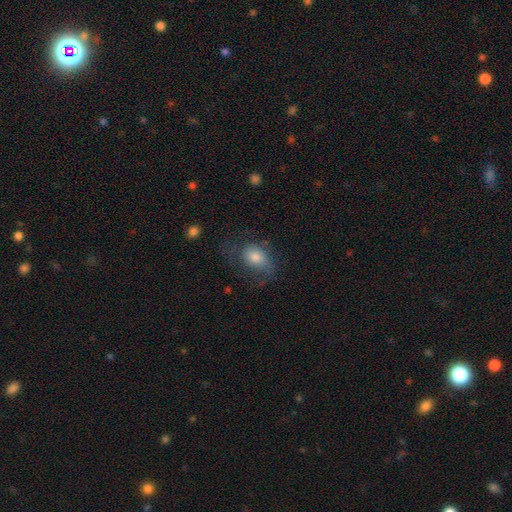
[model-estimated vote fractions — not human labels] The model was most divided on "how rounded": in between: 61%, round: 37%, cigar-shaped: 2%. More confident: smooth or featured — smooth (60%); merging — none (50%).